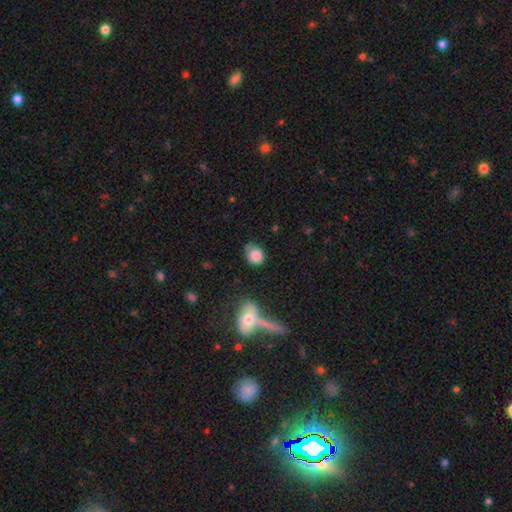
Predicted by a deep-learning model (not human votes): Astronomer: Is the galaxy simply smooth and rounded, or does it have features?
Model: smooth — 84%.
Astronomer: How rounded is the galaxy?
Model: round — 66%.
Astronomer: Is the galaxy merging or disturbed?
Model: none — 53% (runner-up: minor disturbance, 30%).